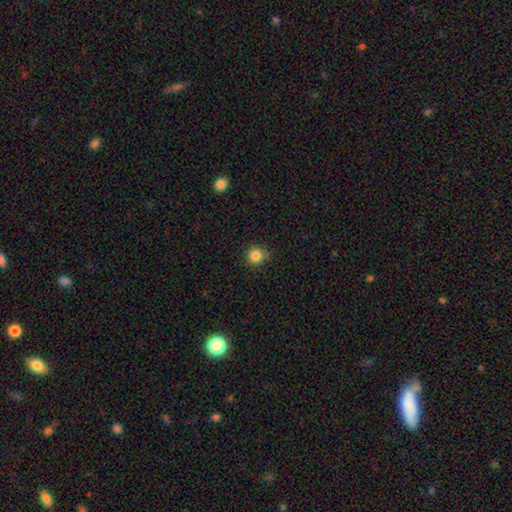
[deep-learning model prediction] Smooth or featured? smooth (85%)
How rounded? round (93%)
Merging? none (85%)